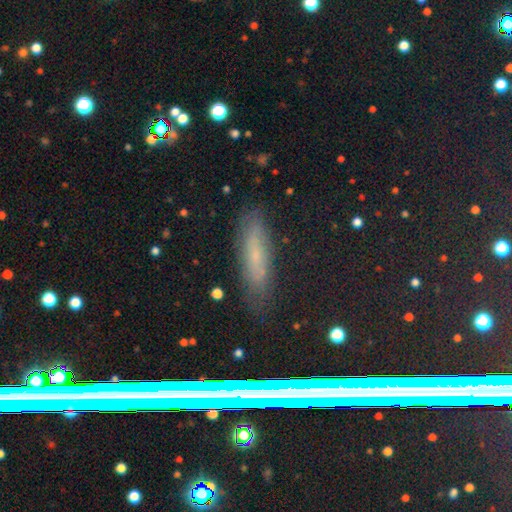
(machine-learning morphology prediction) This is possibly a smooth galaxy (49%). Merging: clearly none (84%).